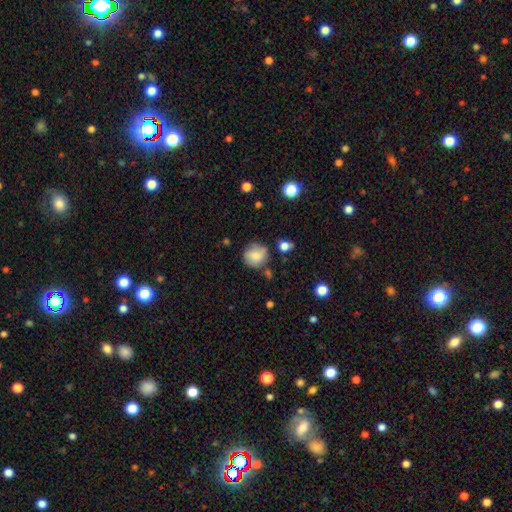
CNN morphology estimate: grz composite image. It shows a smooth galaxy with no disk features (77%) that is round (88%). Merging: none (71%).